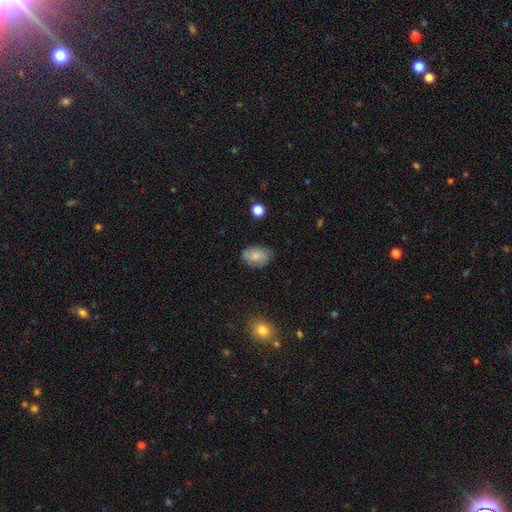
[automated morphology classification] Q: Smooth or featured?
A: smooth (75%); runner-up: featured or disk (17%)
Q: How rounded?
A: in between (85%); runner-up: round (14%)
Q: Merging?
A: none (75%); runner-up: minor disturbance (20%)